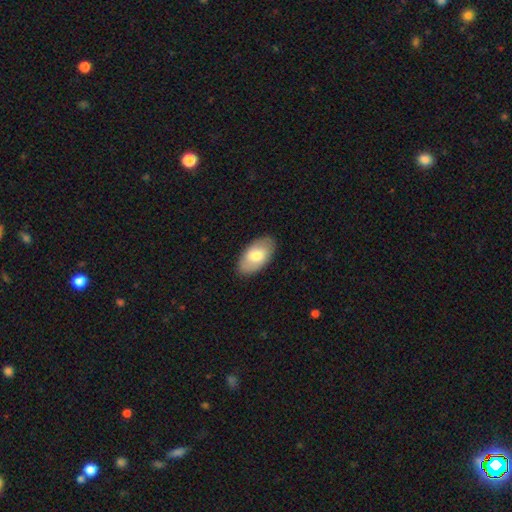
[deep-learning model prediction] smooth_or_featured: smooth (p=0.71) [alt: featured or disk p=0.24]
how_rounded: in between (p=0.95) [alt: round p=0.03]
merging: none (p=0.86) [alt: minor disturbance p=0.11]